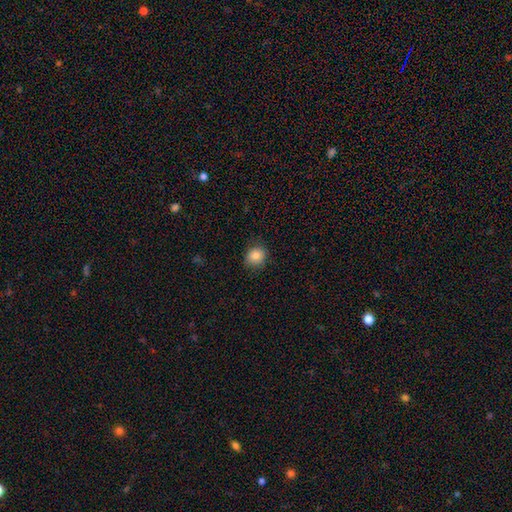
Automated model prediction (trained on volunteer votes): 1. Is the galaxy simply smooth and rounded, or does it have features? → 86% smooth, 10% star or artifact, 5% featured or disk.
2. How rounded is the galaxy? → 76% round, 23% in between, 1% cigar-shaped.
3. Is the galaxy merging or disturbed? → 83% none, 13% minor disturbance, 3% major disturbance, 1% merger.